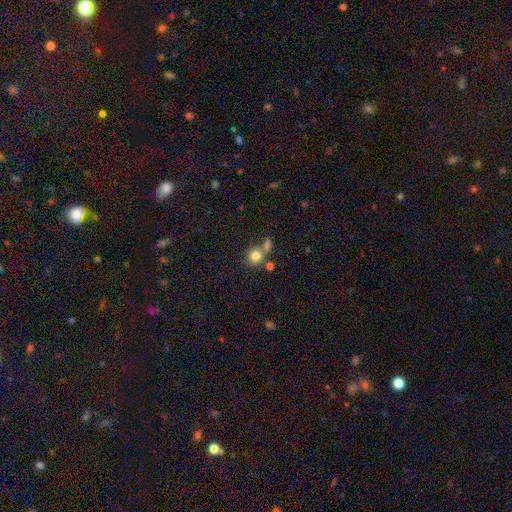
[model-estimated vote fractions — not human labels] Smooth or featured?
  - smooth: 79% *
  - star or artifact: 12%
  - featured or disk: 9%
How rounded?
  - round: 85% *
  - in between: 14%
  - cigar-shaped: 1%
Merging?
  - none: 57% *
  - merger: 28%
  - minor disturbance: 10%
  - major disturbance: 5%